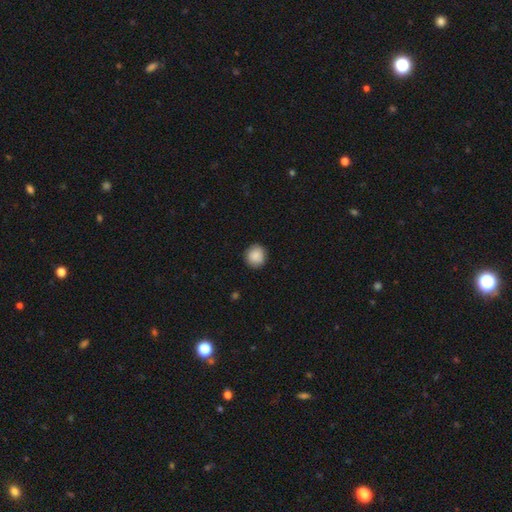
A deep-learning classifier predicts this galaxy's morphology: This appears to be a smooth galaxy with no disk features (89%) that is round (89%). Merging: none (89%).